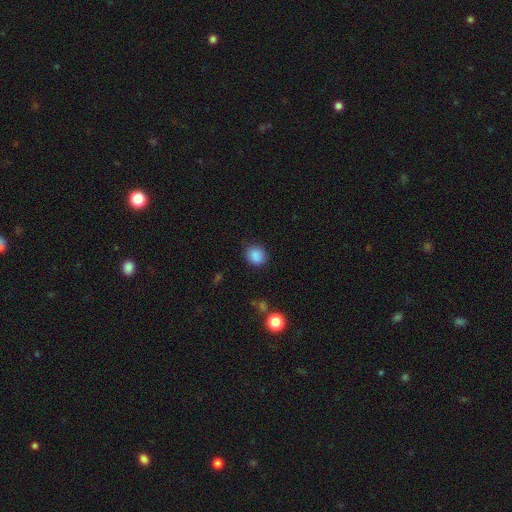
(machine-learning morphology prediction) Smooth or featured?
  - smooth: 87% *
  - star or artifact: 10%
  - featured or disk: 3%
How rounded?
  - round: 74% *
  - in between: 25%
  - cigar-shaped: 1%
Merging?
  - none: 84% *
  - minor disturbance: 12%
  - major disturbance: 3%
  - merger: 1%